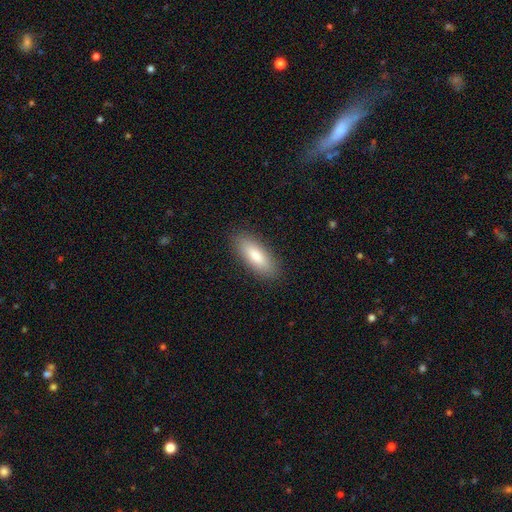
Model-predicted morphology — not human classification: A smooth galaxy with no disk features (82%) that is in between round and cigar-shaped (69%).

Vote fractions:
- Smooth or featured? smooth: 82% / featured or disk: 12% / star or artifact: 6%
- How rounded? in between: 69% / cigar-shaped: 29% / round: 2%
- Merging? none: 88% / minor disturbance: 9% / major disturbance: 2% / merger: 1%